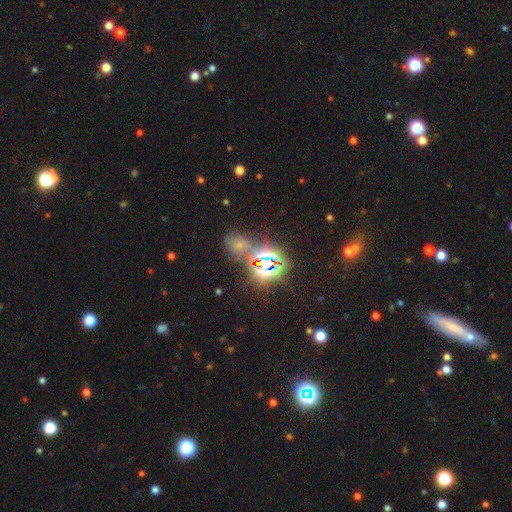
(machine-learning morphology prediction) smooth-or-featured: star or artifact: 61% | smooth: 30% | featured or disk: 9%